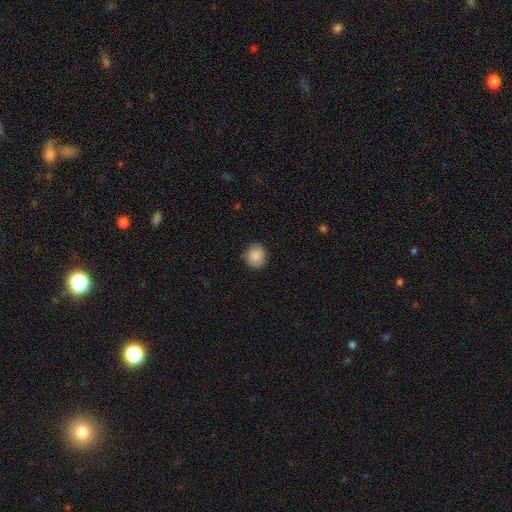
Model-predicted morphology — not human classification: Smooth or featured?
  - smooth: 88% *
  - star or artifact: 7%
  - featured or disk: 5%
How rounded?
  - round: 72% *
  - in between: 27%
  - cigar-shaped: 1%
Merging?
  - none: 85% *
  - minor disturbance: 12%
  - major disturbance: 2%
  - merger: 1%